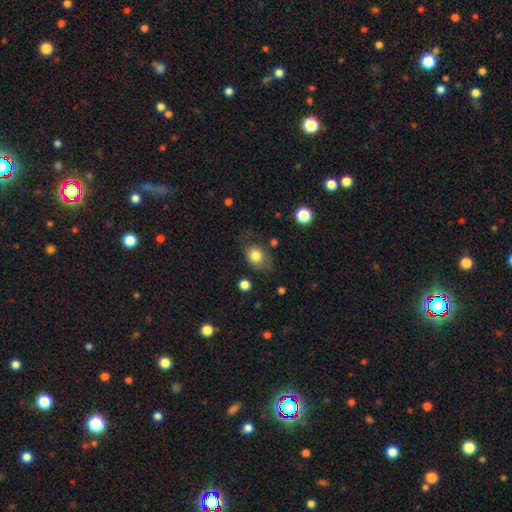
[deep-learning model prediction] Morphology: type=smooth (80%); roundness=in between (57%); merging=none (57%).